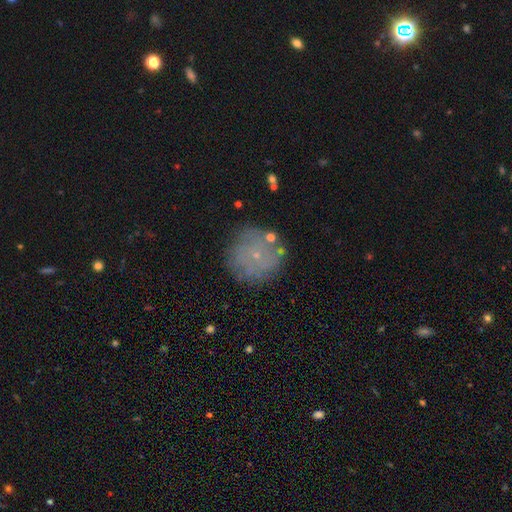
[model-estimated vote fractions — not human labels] Smooth or featured?
  - smooth: 48% *
  - featured or disk: 37%
  - star or artifact: 15%
Merging?
  - none: 77% *
  - minor disturbance: 14%
  - major disturbance: 5%
  - merger: 4%